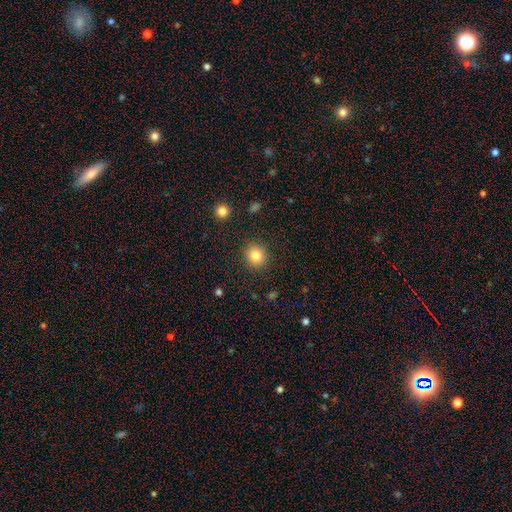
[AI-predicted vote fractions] Smooth or featured: smooth — 83% (star or artifact — 11%)
How rounded: round — 88% (in between — 11%)
Merging: none — 90% (minor disturbance — 6%)